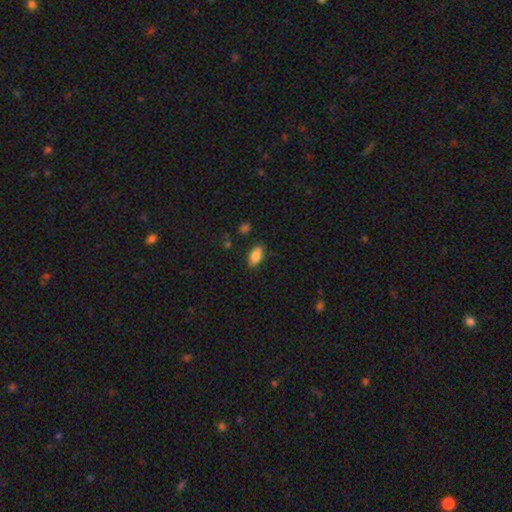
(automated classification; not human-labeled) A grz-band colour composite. It shows a smooth galaxy with no disk features (87%) that is in between round and cigar-shaped (92%). Merging: none (85%).